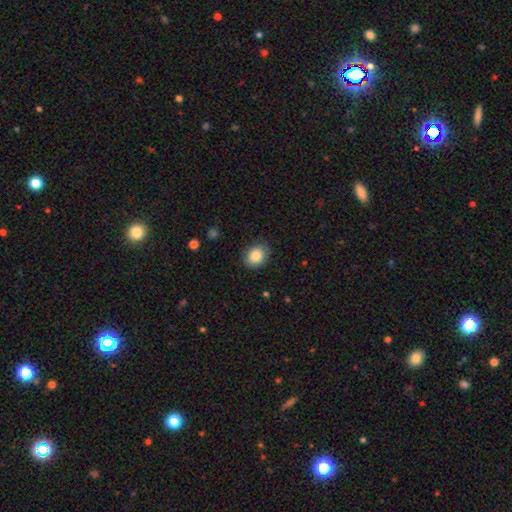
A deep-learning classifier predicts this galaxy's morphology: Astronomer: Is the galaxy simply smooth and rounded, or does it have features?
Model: smooth — 85%.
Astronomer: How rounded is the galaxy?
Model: round — 53% (runner-up: in between, 46%).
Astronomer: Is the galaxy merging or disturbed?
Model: none — 85%.